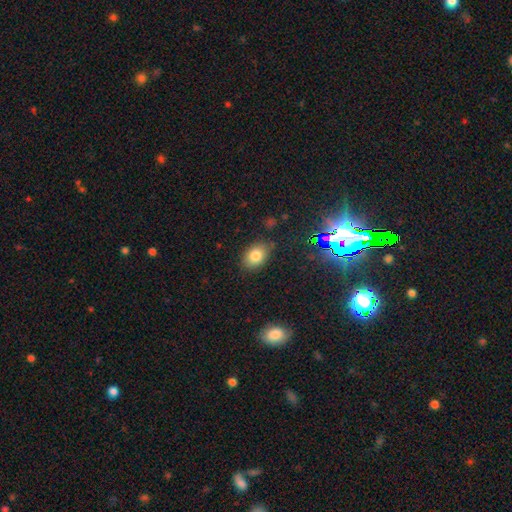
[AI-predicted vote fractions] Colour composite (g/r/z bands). It shows a smooth galaxy with no disk features (79%) that is in between round and cigar-shaped (79%). Merging: none (79%).